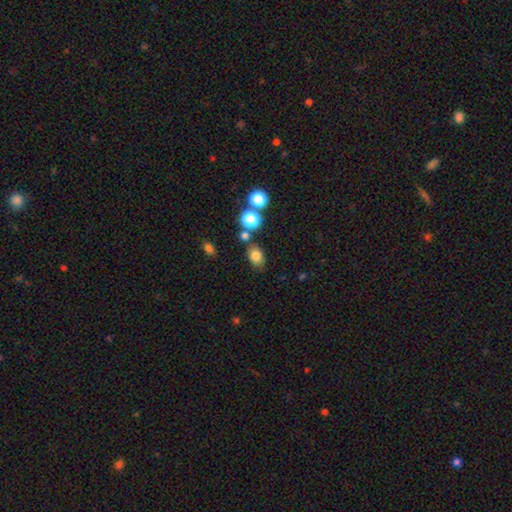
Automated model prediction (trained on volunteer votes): A smooth galaxy with no disk features (79%) that is in between round and cigar-shaped (67%). Merging: none (75%).